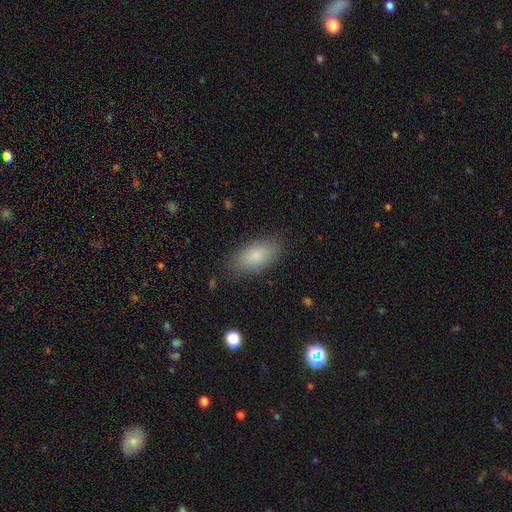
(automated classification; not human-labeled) A smooth galaxy with no disk features (85%) that is in between round and cigar-shaped (91%). Merging: none (85%).